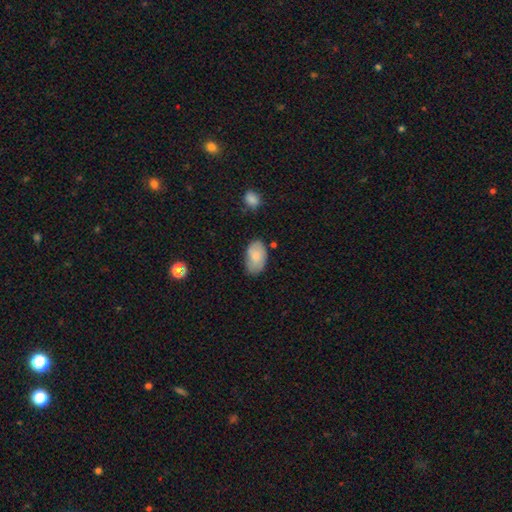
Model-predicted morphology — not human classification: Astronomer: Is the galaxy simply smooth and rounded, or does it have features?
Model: smooth — 78%.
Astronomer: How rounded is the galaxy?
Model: in between — 93%.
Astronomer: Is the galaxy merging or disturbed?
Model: none — 68%.